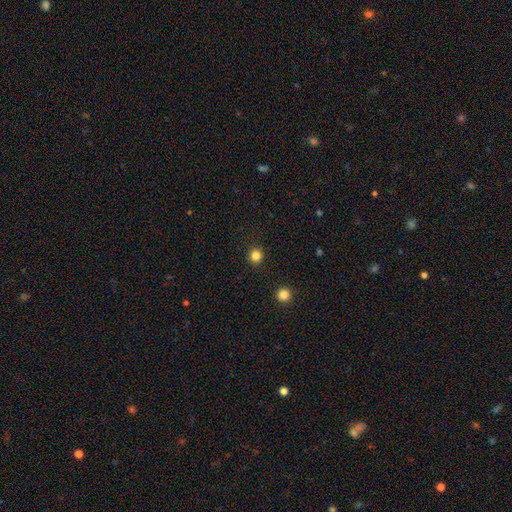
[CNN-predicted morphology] Smooth or featured? Predicted: smooth (p=0.83). How rounded? Predicted: round (p=0.93). Merging? Predicted: none (p=0.92).